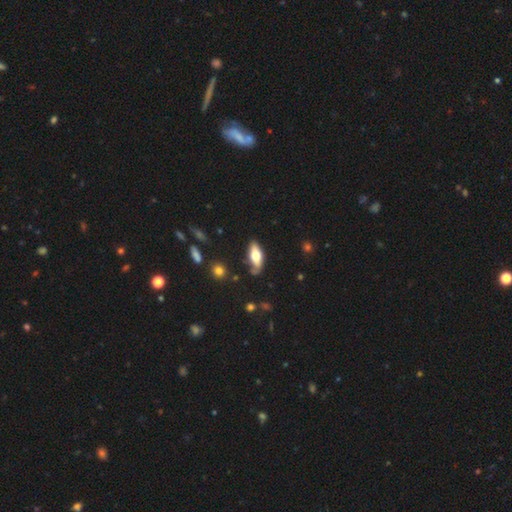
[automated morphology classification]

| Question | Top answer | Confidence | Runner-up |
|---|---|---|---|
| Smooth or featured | smooth | 61% | featured or disk (33%) |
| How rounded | in between | 75% | cigar-shaped (22%) |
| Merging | none | 70% | minor disturbance (21%) |